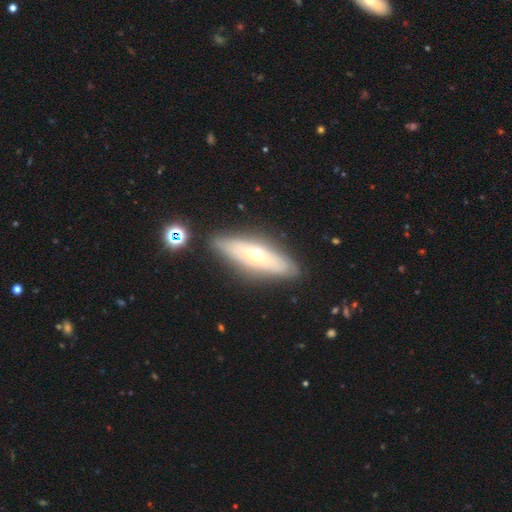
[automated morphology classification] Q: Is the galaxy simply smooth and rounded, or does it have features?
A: featured or disk — 58%.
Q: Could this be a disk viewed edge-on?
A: no — 50%, tied with yes.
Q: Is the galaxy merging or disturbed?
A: none — 80%.